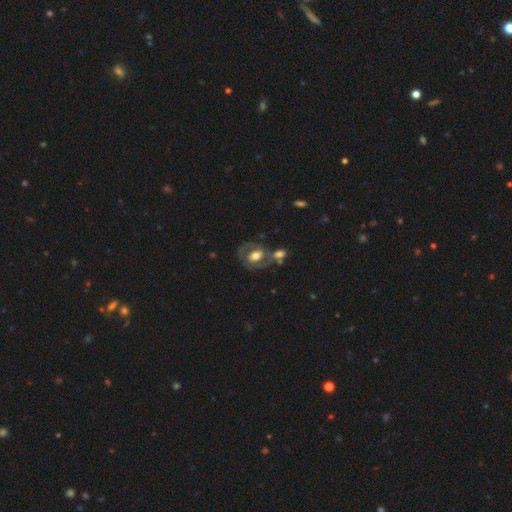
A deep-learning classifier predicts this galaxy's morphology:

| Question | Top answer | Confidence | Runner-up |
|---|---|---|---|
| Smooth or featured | featured or disk | 65% | smooth (27%) |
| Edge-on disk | no | 95% | yes (5%) |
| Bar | no | 43% | weak (36%) |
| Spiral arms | yes | 61% | no (39%) |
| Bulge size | moderate | 59% | large (28%) |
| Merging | none | 49% | merger (24%) |